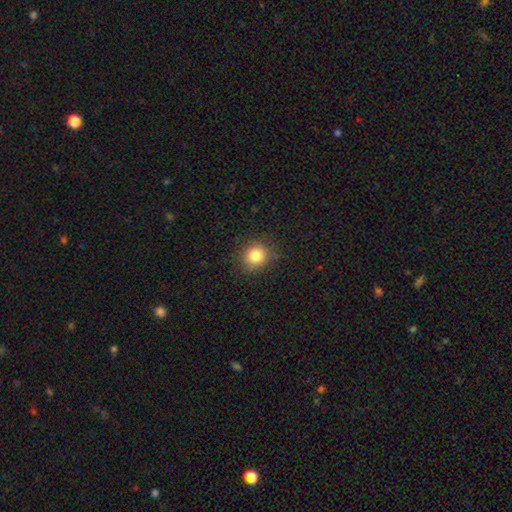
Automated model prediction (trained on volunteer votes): Overall: smooth (83%). How rounded: round (86%). Merging: none (85%).